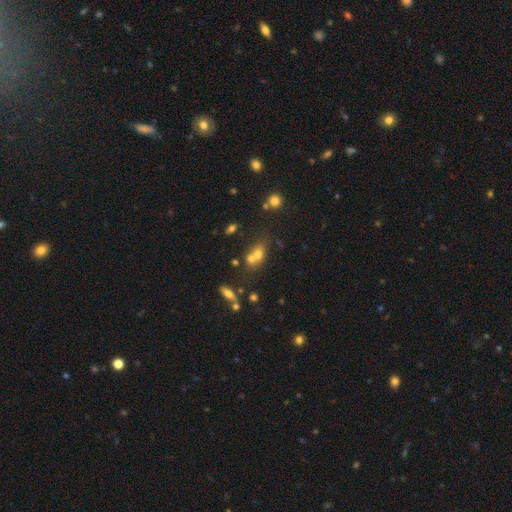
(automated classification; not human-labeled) Smooth or featured: smooth — 64% (featured or disk — 20%)
How rounded: in between — 52% (round — 44%)
Merging: merger — 57% (none — 29%)